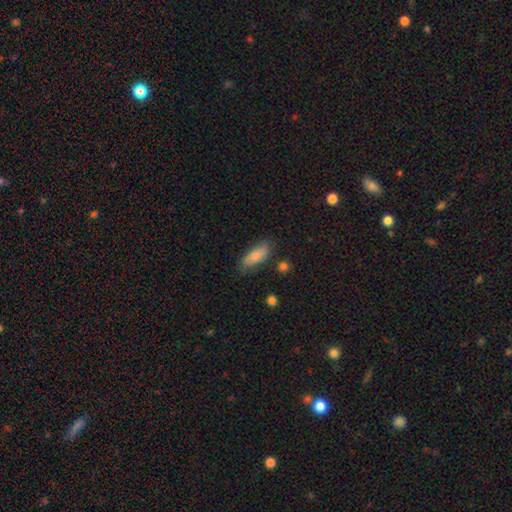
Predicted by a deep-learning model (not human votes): smooth 69%, featured or disk 24%, star or artifact 7%. Down the decision tree: how rounded — in between (74%); merging — none (77%).